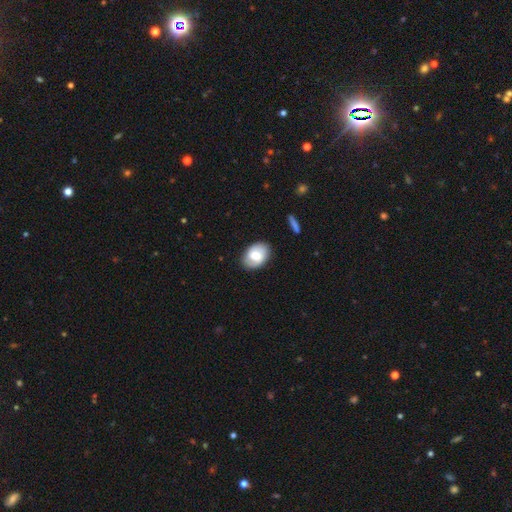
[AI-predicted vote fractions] Morphology: type=smooth (61%); roundness=in between (78%); merging=none (82%).